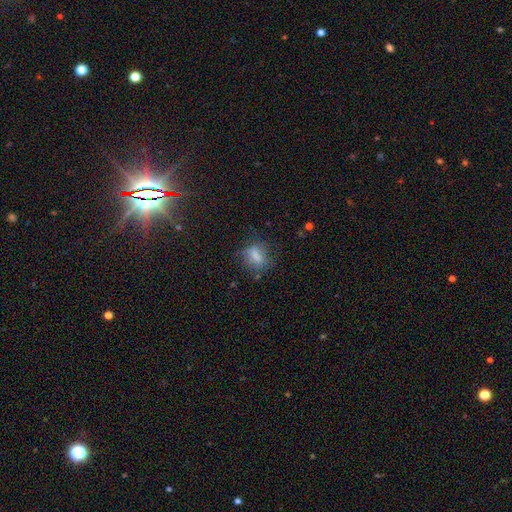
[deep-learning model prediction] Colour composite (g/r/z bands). It shows a smooth galaxy with no disk features (69%) that is in between round and cigar-shaped (65%). Merging: none (58%).